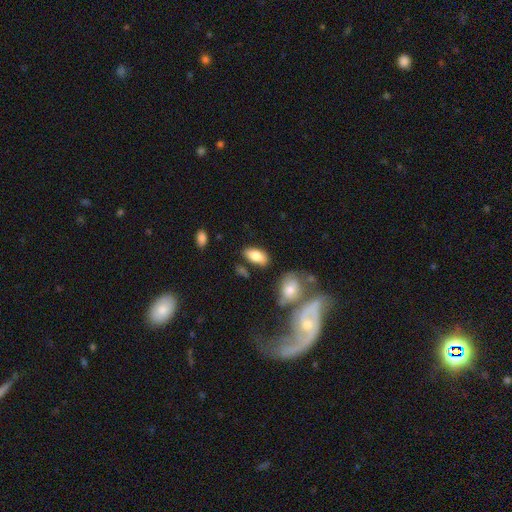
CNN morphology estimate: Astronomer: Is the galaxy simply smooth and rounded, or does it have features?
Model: smooth — 79%.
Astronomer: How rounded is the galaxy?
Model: in between — 91%.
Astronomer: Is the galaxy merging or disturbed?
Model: none — 77%.